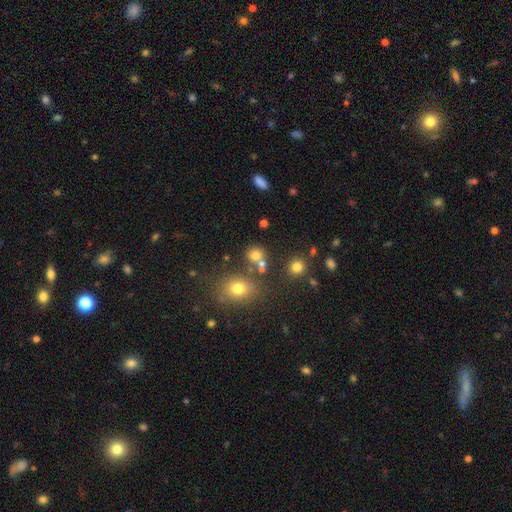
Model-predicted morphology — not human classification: smooth_or_featured: smooth (p=0.72) [alt: star or artifact p=0.19]
how_rounded: round (p=0.82) [alt: in between p=0.17]
merging: none (p=0.68) [alt: merger p=0.18]